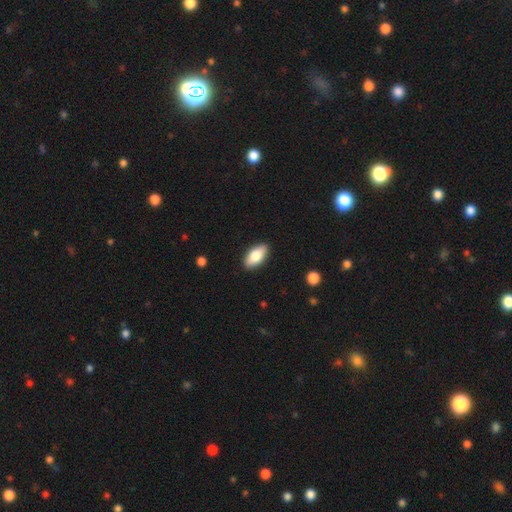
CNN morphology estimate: smooth-or-featured: smooth: 80% | featured or disk: 14% | star or artifact: 6%
  how-rounded: in between: 91% | cigar-shaped: 6% | round: 3%
  merging: none: 89% | minor disturbance: 8% | major disturbance: 2% | merger: 1%